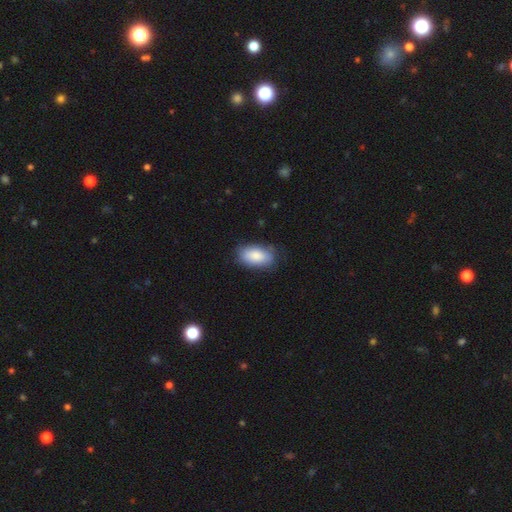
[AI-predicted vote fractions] Smooth or featured? smooth (84%)
How rounded? in between (93%)
Merging? none (77%)